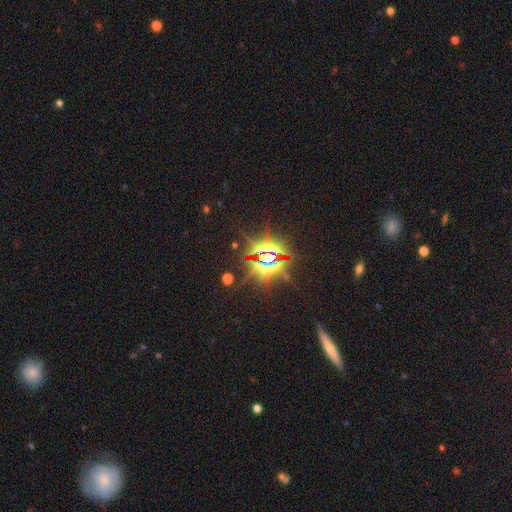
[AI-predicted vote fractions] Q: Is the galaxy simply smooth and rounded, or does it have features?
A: star or artifact — 83%.